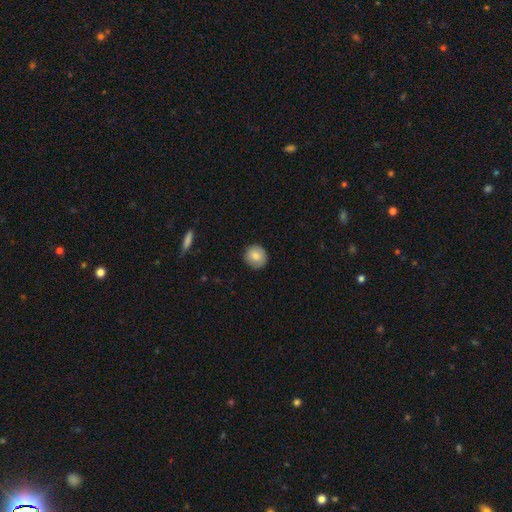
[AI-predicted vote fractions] Overall: smooth (83%). How rounded: round (91%). Merging: none (90%).